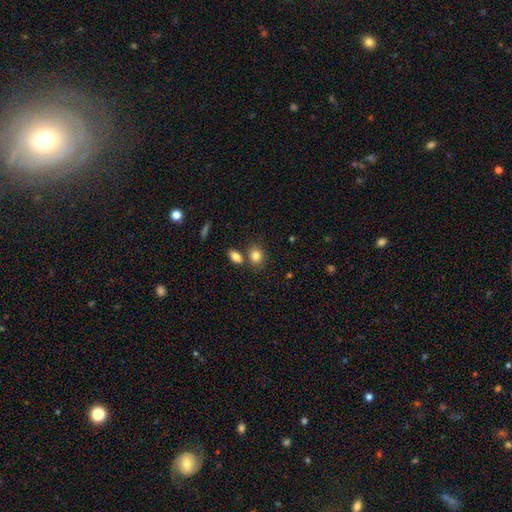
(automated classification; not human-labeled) Smooth or featured: smooth — 83% (star or artifact — 10%)
How rounded: in between — 50% (round — 49%)
Merging: none — 65% (merger — 21%)